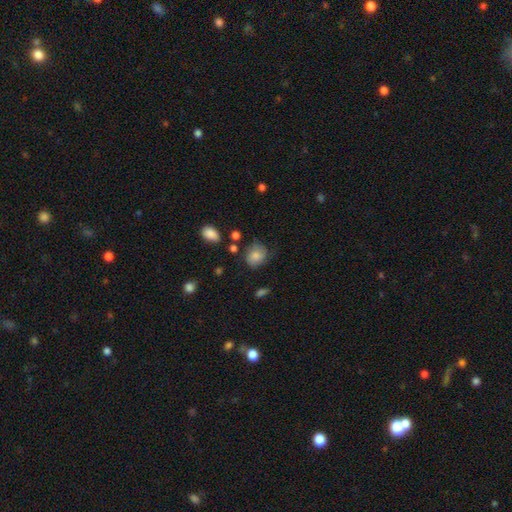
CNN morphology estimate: This appears to be a smooth galaxy with no disk features (79%) that is round (66%). Merging: none (59%).